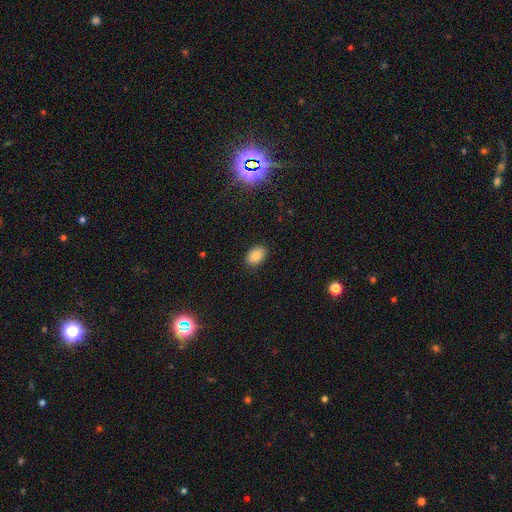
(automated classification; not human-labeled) The model was most divided on "how rounded": in between: 86%, round: 13%, cigar-shaped: 1%. More confident: merging — none (86%); smooth or featured — smooth (86%).